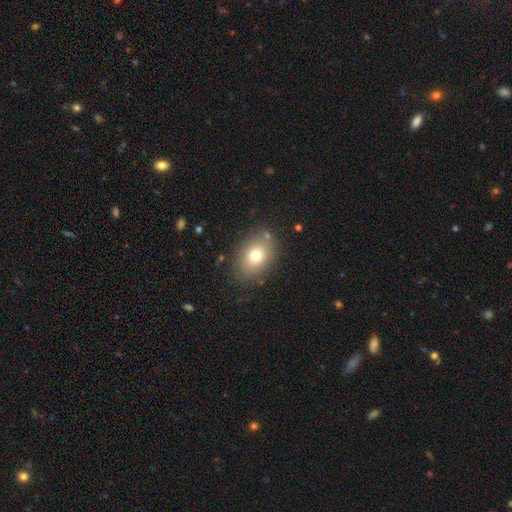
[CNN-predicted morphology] This appears to be a smooth galaxy with no disk features (75%) that is in between round and cigar-shaped (74%). Merging: none (81%).